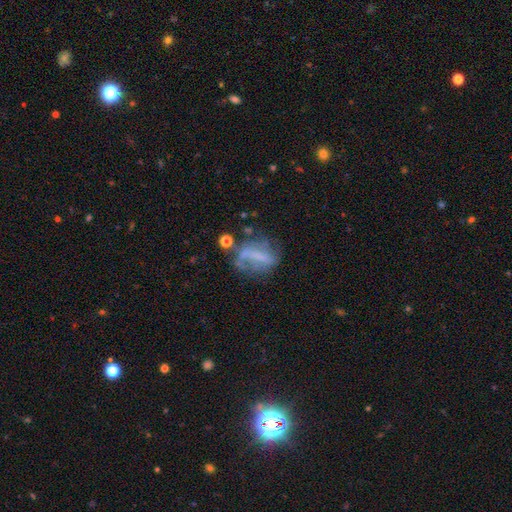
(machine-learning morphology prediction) featured or disk 53%, smooth 33%, star or artifact 15%. Down the decision tree: edge-on disk — no (92%); merging — none (37%).